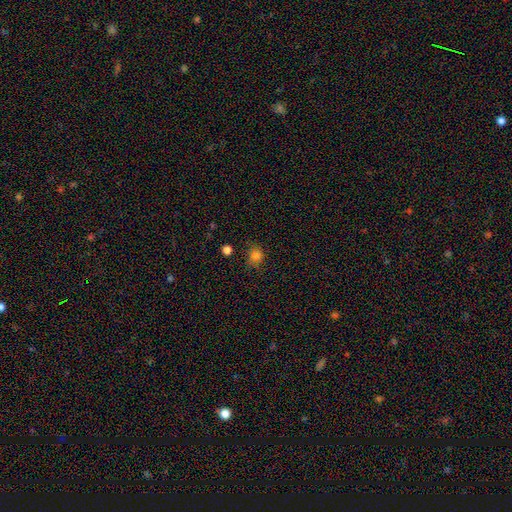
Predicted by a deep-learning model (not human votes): smooth_or_featured: smooth (p=0.79) [alt: star or artifact p=0.15]
how_rounded: round (p=0.72) [alt: in between p=0.27]
merging: none (p=0.74) [alt: minor disturbance p=0.18]